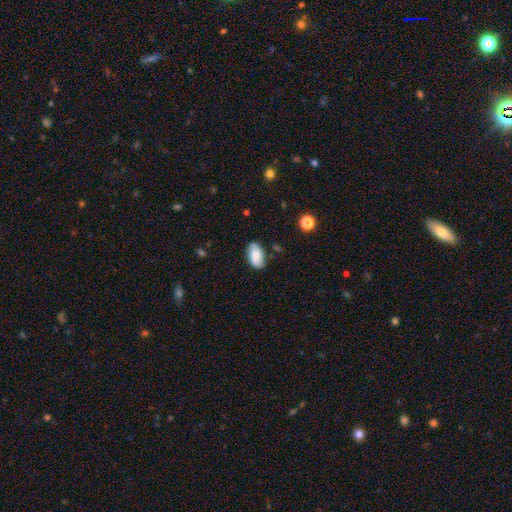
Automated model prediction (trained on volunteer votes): A smooth galaxy with no disk features (76%) that is in between round and cigar-shaped (94%).

Vote fractions:
- Smooth or featured? smooth: 76% / featured or disk: 17% / star or artifact: 7%
- How rounded? in between: 94% / round: 4% / cigar-shaped: 2%
- Merging? none: 78% / minor disturbance: 16% / major disturbance: 3% / merger: 2%